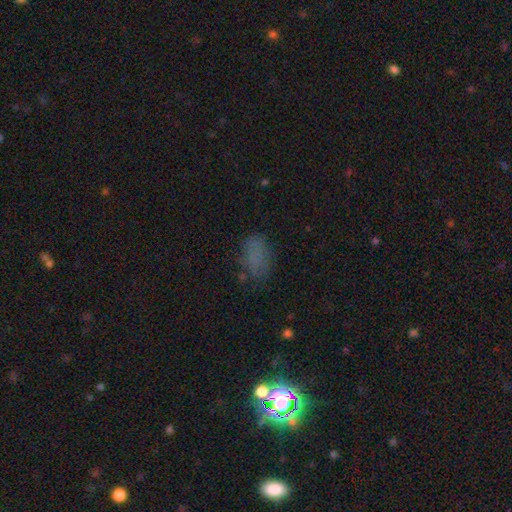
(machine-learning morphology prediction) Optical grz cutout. It shows a smooth galaxy with no disk features (70%) that is in between round and cigar-shaped (87%). Merging: none (65%).